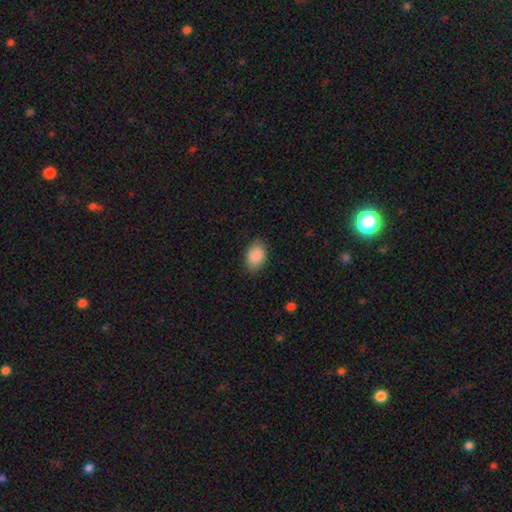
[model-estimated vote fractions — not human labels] Smooth or featured? Predicted: smooth (p=0.88). How rounded? Predicted: in between (p=0.87). Merging? Predicted: none (p=0.83).